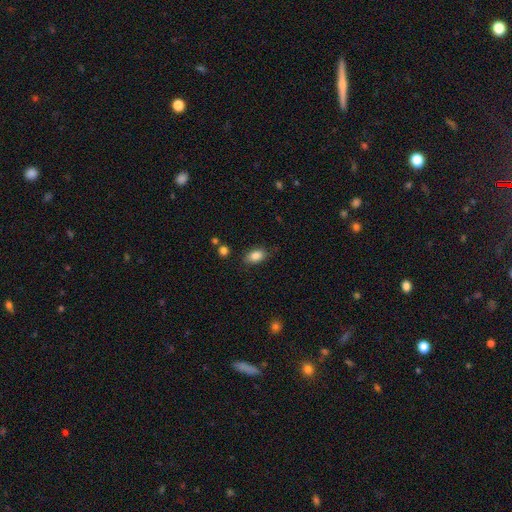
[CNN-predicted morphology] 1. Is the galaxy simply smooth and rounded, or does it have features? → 86% smooth, 8% star or artifact, 6% featured or disk.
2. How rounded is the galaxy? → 88% in between, 10% round, 2% cigar-shaped.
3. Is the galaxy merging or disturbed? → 81% none, 13% minor disturbance, 3% major disturbance, 2% merger.